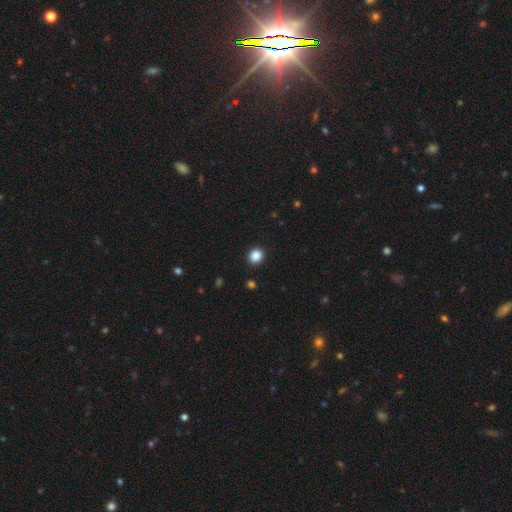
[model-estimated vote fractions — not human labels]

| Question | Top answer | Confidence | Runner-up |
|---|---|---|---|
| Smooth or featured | smooth | 86% | star or artifact (11%) |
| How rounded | round | 81% | in between (18%) |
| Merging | none | 92% | minor disturbance (5%) |